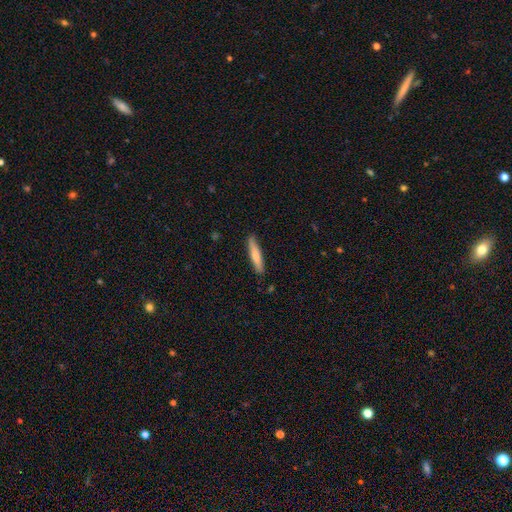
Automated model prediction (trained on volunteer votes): Smooth or featured? Predicted: smooth (p=0.67). How rounded? Predicted: cigar-shaped (p=0.89). Merging? Predicted: none (p=0.88).